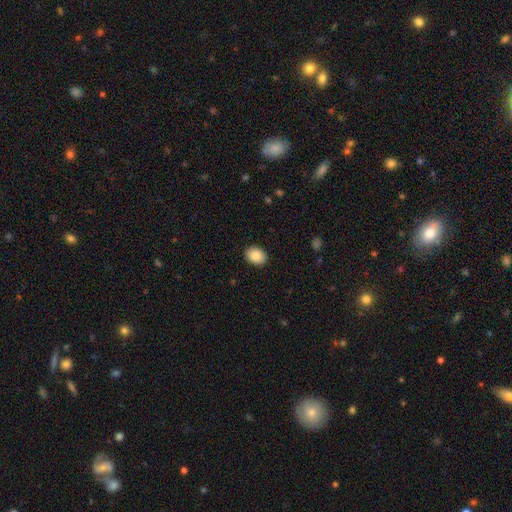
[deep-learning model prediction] The model was most divided on "how rounded": in between: 64%, round: 35%, cigar-shaped: 1%. More confident: merging — none (90%); smooth or featured — smooth (88%).